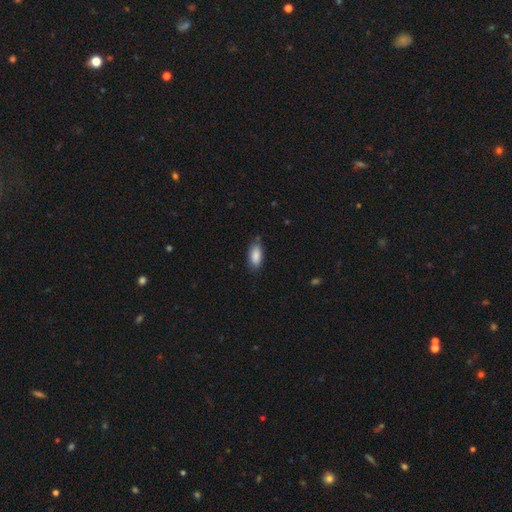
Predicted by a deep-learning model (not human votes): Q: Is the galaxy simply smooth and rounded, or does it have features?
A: smooth — 88%.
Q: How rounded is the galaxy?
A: in between — 90%.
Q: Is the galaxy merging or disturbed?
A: none — 78%.